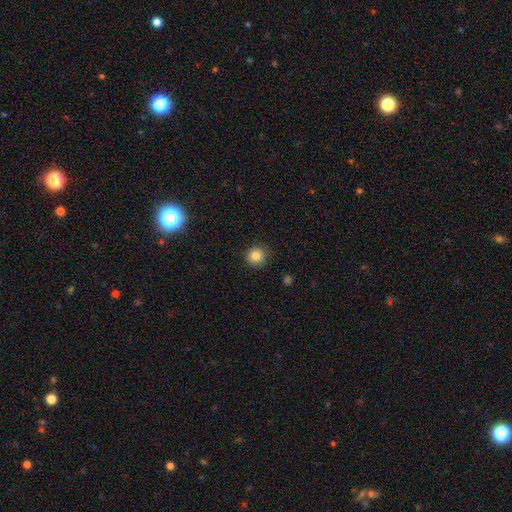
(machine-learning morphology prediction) smooth-or-featured: smooth: 84% | star or artifact: 11% | featured or disk: 5%
  how-rounded: round: 90% | in between: 10% | cigar-shaped: 1%
  merging: none: 90% | minor disturbance: 7% | major disturbance: 2% | merger: 1%